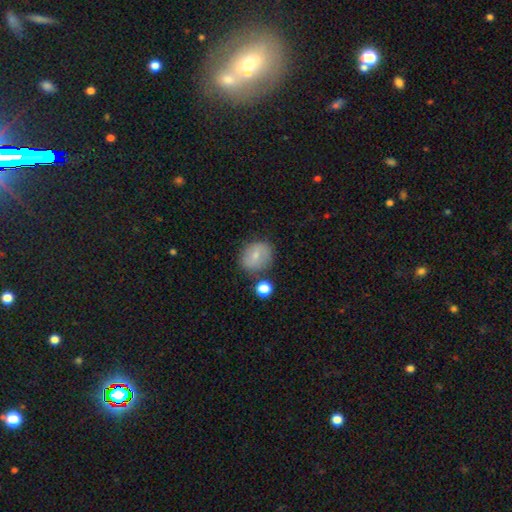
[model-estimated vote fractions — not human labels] The model was most divided on "how rounded": round: 70%, in between: 29%, cigar-shaped: 1%. More confident: merging — none (73%); smooth or featured — smooth (69%).